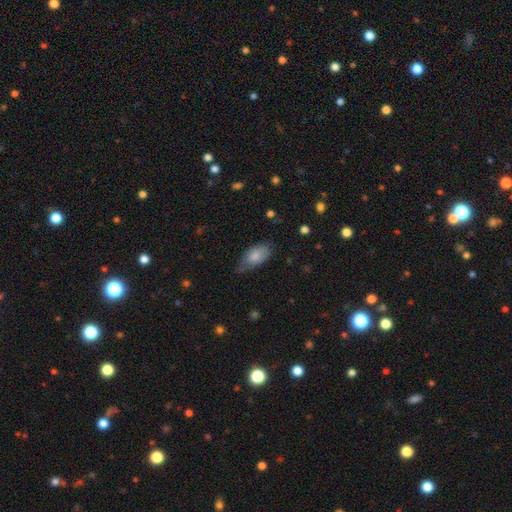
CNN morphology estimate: A smooth galaxy with no disk features (79%) that is in between round and cigar-shaped (92%). Merging: none (52%).